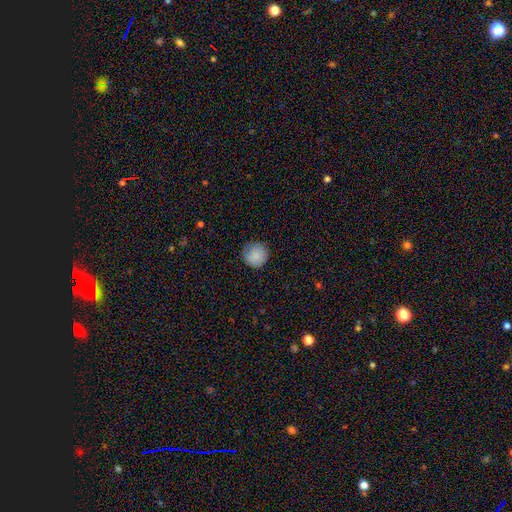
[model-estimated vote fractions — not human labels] smooth_or_featured: smooth (p=0.86) [alt: star or artifact p=0.08]
how_rounded: round (p=0.95) [alt: in between p=0.04]
merging: none (p=0.83) [alt: minor disturbance p=0.13]